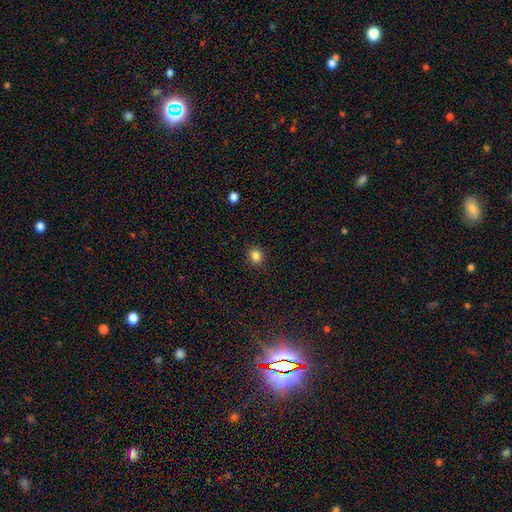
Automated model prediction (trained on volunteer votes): Smooth or featured? smooth (85%)
How rounded? round (85%)
Merging? none (90%)